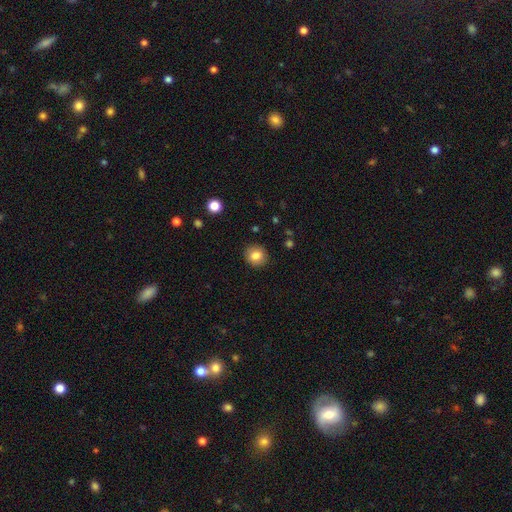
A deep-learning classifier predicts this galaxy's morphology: Smooth or featured: smooth — 84% (star or artifact — 10%)
How rounded: round — 86% (in between — 13%)
Merging: none — 90% (minor disturbance — 7%)